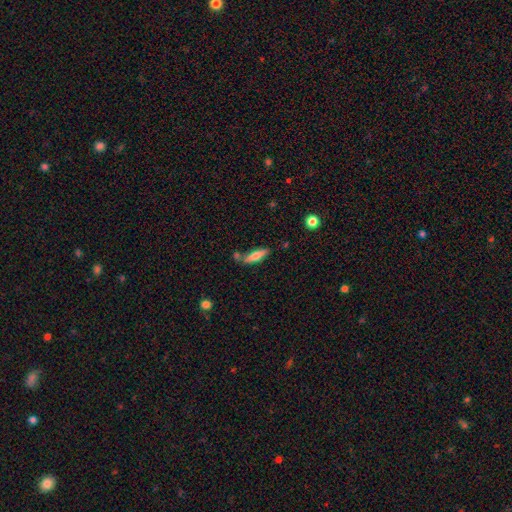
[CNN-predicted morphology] The model was most divided on "how rounded": cigar-shaped: 66%, in between: 32%, round: 2%. More confident: merging — none (66%); smooth or featured — smooth (64%).